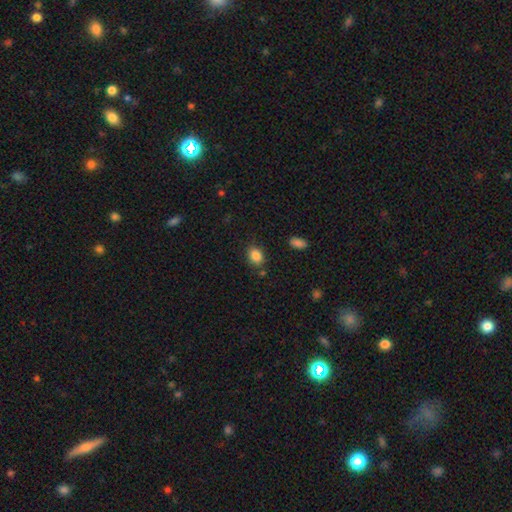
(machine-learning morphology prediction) The model was most divided on "how rounded": in between: 67%, round: 32%, cigar-shaped: 1%. More confident: smooth or featured — smooth (86%); merging — none (80%).